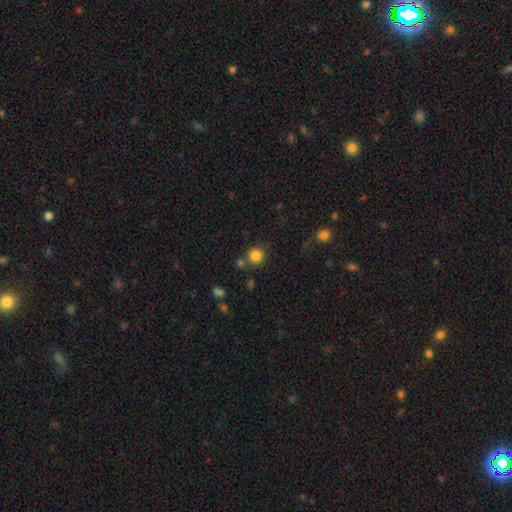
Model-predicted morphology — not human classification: smooth 83%, star or artifact 12%, featured or disk 5%. Down the decision tree: how rounded — round (92%); merging — none (75%).